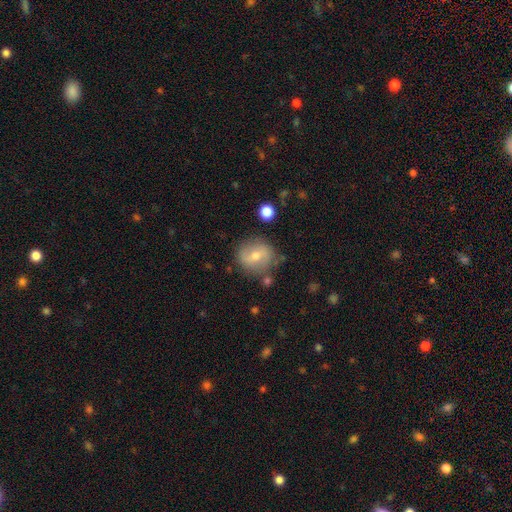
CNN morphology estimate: This is possibly a smooth galaxy (55%). How rounded: likely round (78%). Merging: likely none (76%).